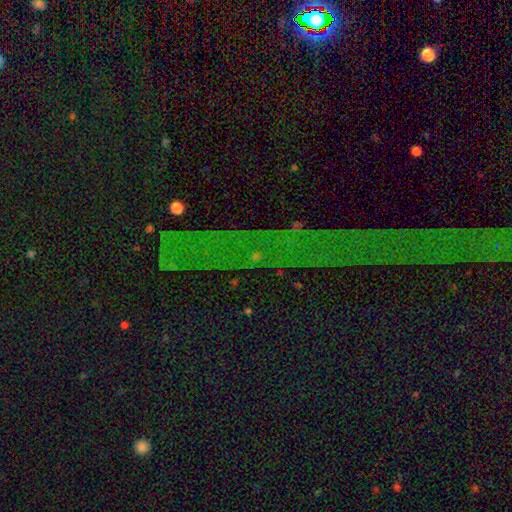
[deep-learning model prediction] Q: Smooth or featured?
A: star or artifact (82%); runner-up: featured or disk (10%)